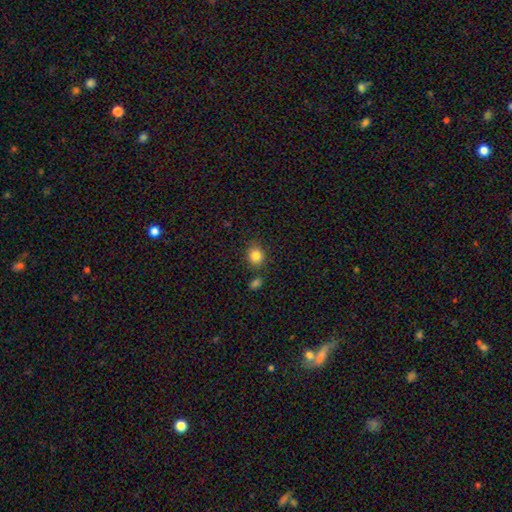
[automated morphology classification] This is clearly a smooth galaxy (85%). How rounded: likely round (73%). Merging: likely none (79%).